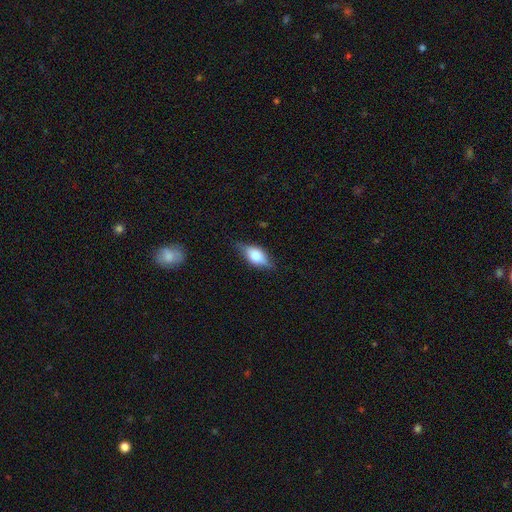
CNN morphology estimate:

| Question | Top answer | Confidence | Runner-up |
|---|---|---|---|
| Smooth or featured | smooth | 52% | featured or disk (40%) |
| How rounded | in between | 80% | cigar-shaped (13%) |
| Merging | none | 76% | minor disturbance (19%) |